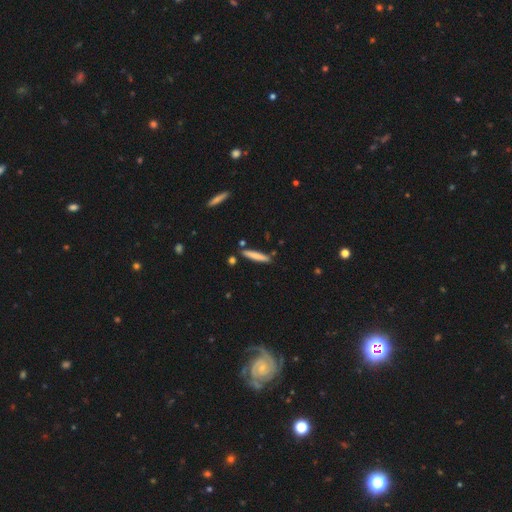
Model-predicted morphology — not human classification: The model was most divided on "smooth or featured": smooth: 76%, featured or disk: 18%, star or artifact: 6%. More confident: how rounded — cigar-shaped (92%); merging — none (84%).